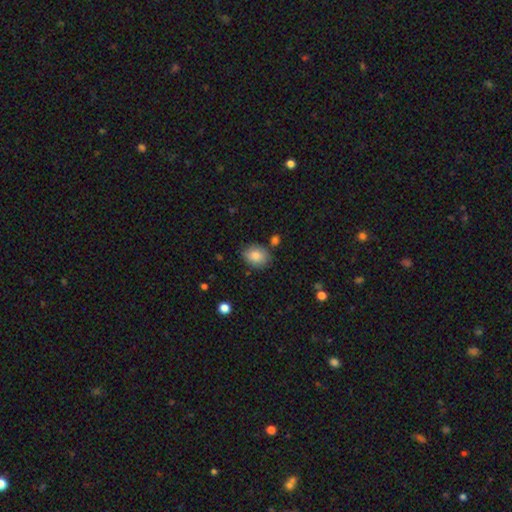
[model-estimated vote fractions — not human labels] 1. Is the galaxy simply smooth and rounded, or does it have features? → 85% smooth, 8% star or artifact, 7% featured or disk.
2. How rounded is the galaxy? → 58% in between, 41% round, 1% cigar-shaped.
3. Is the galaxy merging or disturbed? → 75% none, 17% minor disturbance, 4% merger, 3% major disturbance.